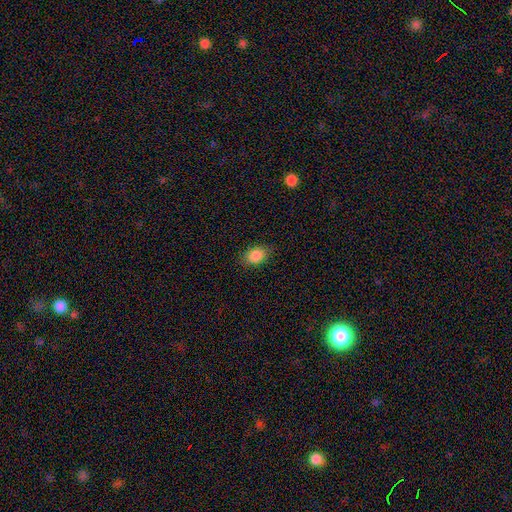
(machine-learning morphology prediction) This appears to be a smooth galaxy with no disk features (86%) that is in between round and cigar-shaped (78%). Merging: none (84%).